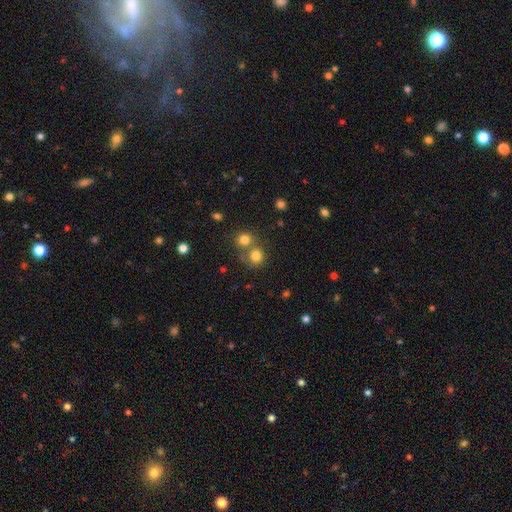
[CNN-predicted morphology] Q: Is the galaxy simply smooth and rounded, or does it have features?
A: smooth — 78%.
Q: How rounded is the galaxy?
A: round — 87%.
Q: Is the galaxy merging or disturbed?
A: none — 57%.